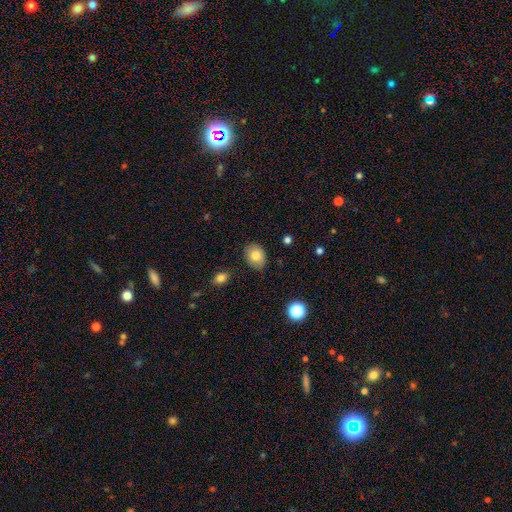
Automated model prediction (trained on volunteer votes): Morphology: type=smooth (79%); roundness=in between (69%); merging=none (84%).